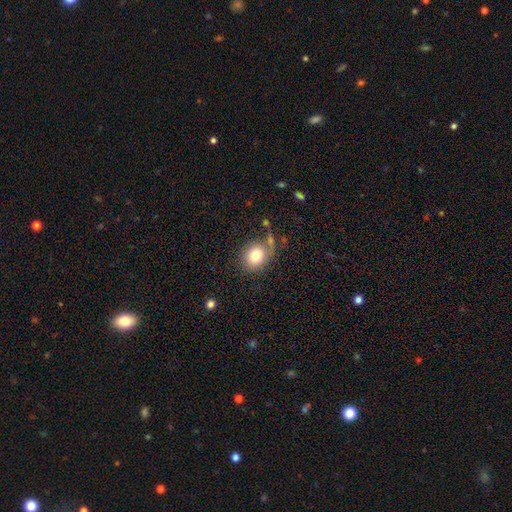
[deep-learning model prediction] Q: Smooth or featured?
A: smooth (80%); runner-up: featured or disk (11%)
Q: How rounded?
A: round (68%); runner-up: in between (31%)
Q: Merging?
A: none (68%); runner-up: minor disturbance (16%)